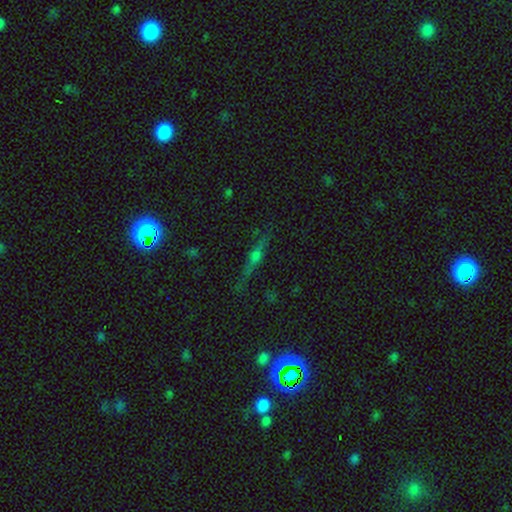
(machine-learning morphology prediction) A featured or disk galaxy (61%) viewed edge-on (94%) with a rounded central bulge (88%).

Vote fractions:
- Smooth or featured? featured or disk: 61% / star or artifact: 21% / smooth: 18%
- Edge-on disk? yes: 94% / no: 6%
- Edge-on bulge? rounded: 88% / boxy: 7% / none: 5%
- Merging? none: 83% / minor disturbance: 11% / major disturbance: 4% / merger: 2%